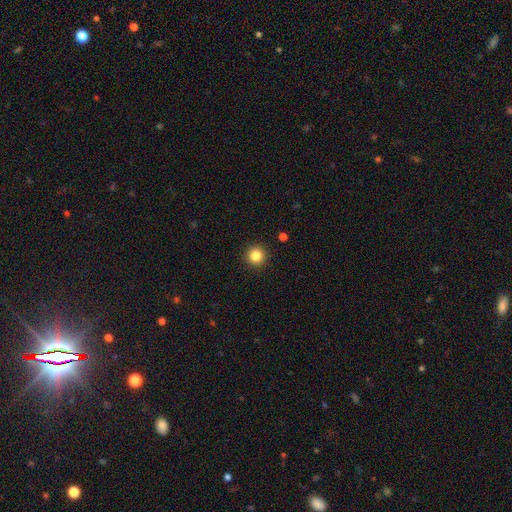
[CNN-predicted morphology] Smooth or featured?
  - smooth: 84% *
  - star or artifact: 11%
  - featured or disk: 5%
How rounded?
  - round: 96% *
  - in between: 3%
  - cigar-shaped: 1%
Merging?
  - none: 93% *
  - minor disturbance: 4%
  - major disturbance: 2%
  - merger: 1%